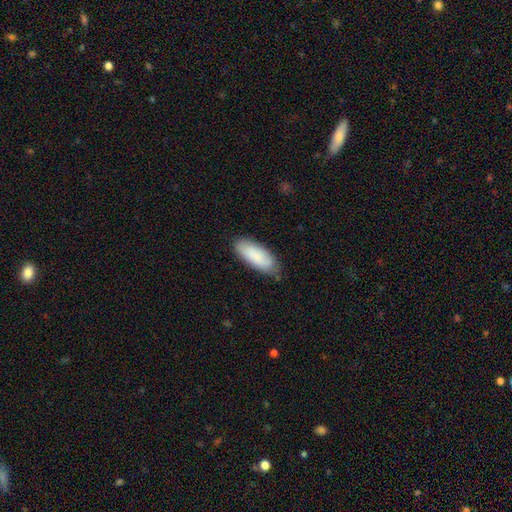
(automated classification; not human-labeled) A smooth galaxy with no disk features (84%) that is in between round and cigar-shaped (80%).

Vote fractions:
- Smooth or featured? smooth: 84% / featured or disk: 10% / star or artifact: 6%
- How rounded? in between: 80% / cigar-shaped: 19% / round: 2%
- Merging? none: 76% / minor disturbance: 20% / major disturbance: 3% / merger: 1%